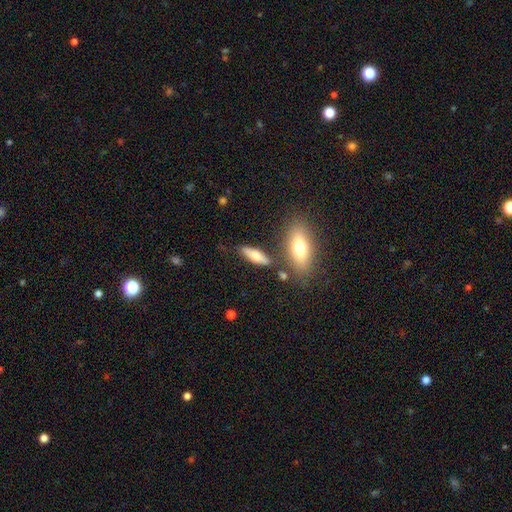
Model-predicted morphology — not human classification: smooth_or_featured: smooth (p=0.64) [alt: featured or disk p=0.29]
how_rounded: cigar-shaped (p=0.50) [alt: in between p=0.47]
merging: none (p=0.73) [alt: minor disturbance p=0.14]